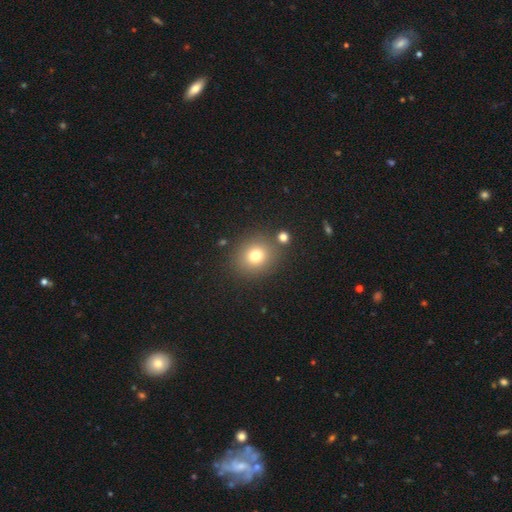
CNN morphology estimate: A smooth galaxy with no disk features (76%) that is round (79%). Merging: none (82%).